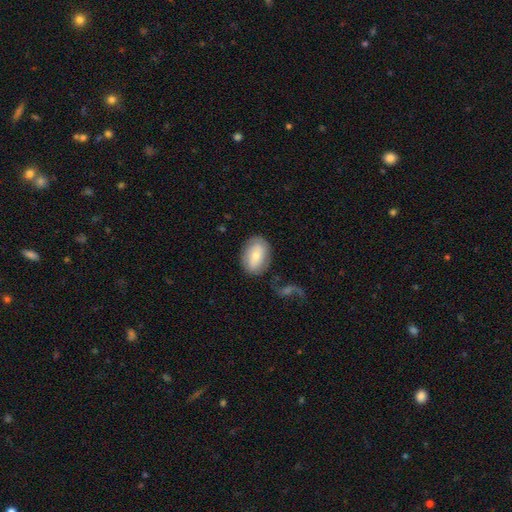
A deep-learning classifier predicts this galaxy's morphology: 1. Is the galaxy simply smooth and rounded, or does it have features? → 62% smooth, 31% featured or disk, 7% star or artifact.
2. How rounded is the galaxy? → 82% in between, 16% round, 1% cigar-shaped.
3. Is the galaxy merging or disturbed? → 75% none, 16% minor disturbance, 5% major disturbance, 4% merger.